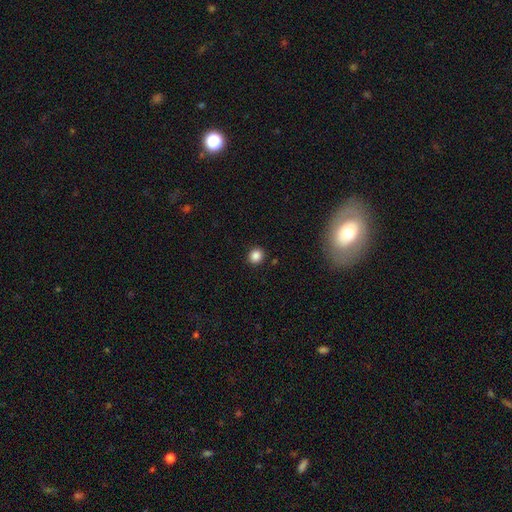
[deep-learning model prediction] Overall: smooth (85%). How rounded: round (86%). Merging: none (90%).